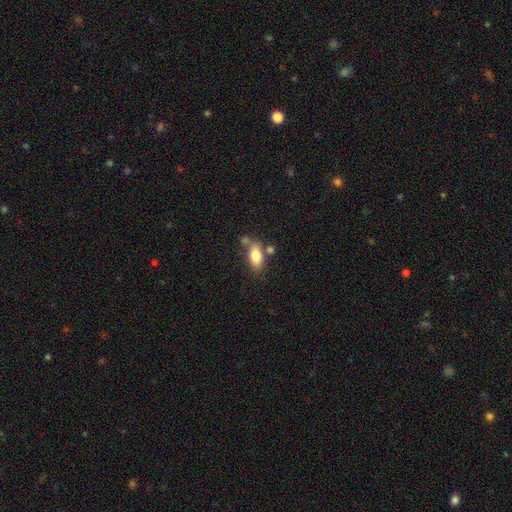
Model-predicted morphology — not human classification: smooth_or_featured: smooth (p=0.77) [alt: featured or disk p=0.15]
how_rounded: in between (p=0.86) [alt: cigar-shaped p=0.07]
merging: none (p=0.58) [alt: merger p=0.19]